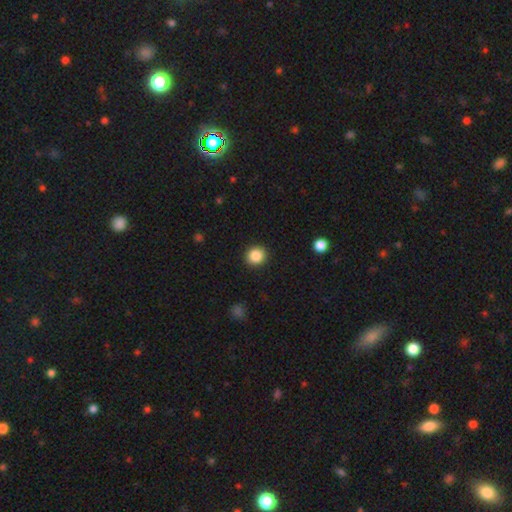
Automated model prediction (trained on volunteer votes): smooth 87%, star or artifact 9%, featured or disk 4%. Down the decision tree: how rounded — round (87%); merging — none (92%).